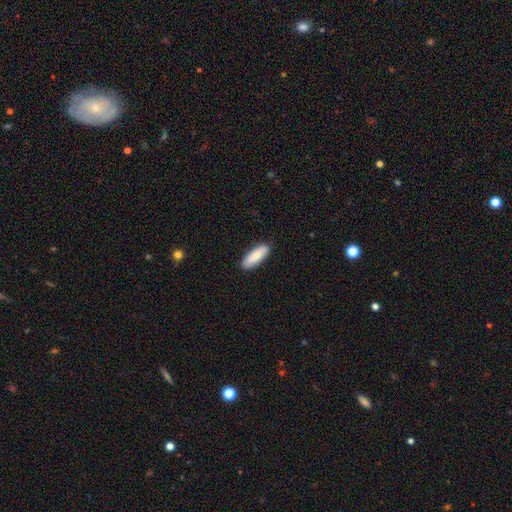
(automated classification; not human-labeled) A smooth galaxy with no disk features (82%) that is in between round and cigar-shaped (66%). Merging: none (89%).